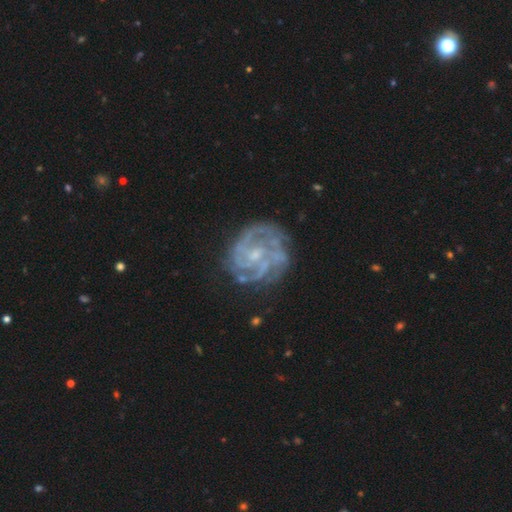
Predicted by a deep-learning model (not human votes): A featured or disk galaxy (86%) with no bar (55%), 3 (28%) tight (57%) spiral arms (94%) and a small central bulge (58%). Merging: none (70%).